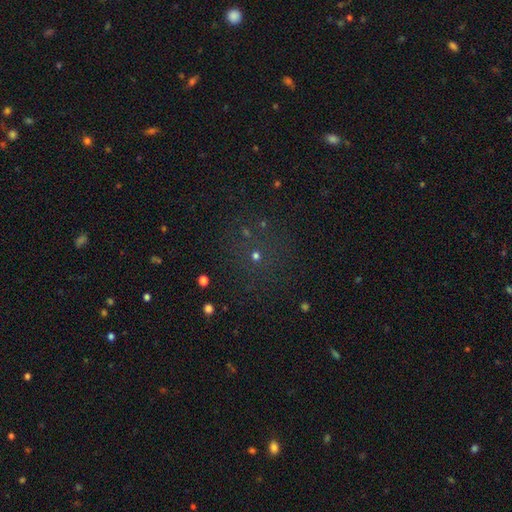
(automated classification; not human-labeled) Smooth or featured: smooth — 47% (star or artifact — 41%)
Merging: none — 78% (minor disturbance — 10%)